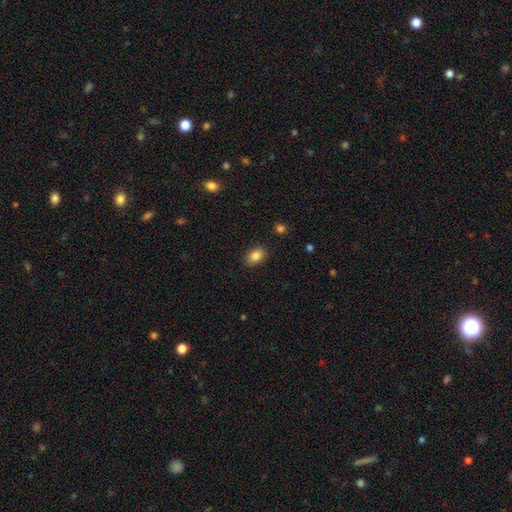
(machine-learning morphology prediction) Smooth or featured: smooth — 86% (star or artifact — 9%)
How rounded: in between — 82% (round — 17%)
Merging: none — 87% (minor disturbance — 9%)